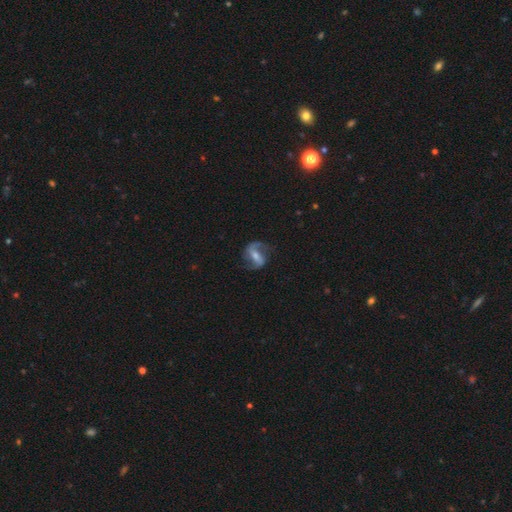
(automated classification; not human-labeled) Smooth or featured: featured or disk — 84% (smooth — 9%)
Edge-on disk: no — 96% (yes — 4%)
Bar: strong — 52% (weak — 34%)
Spiral arms: yes — 94% (no — 6%)
Spiral winding: medium — 45% (loose — 40%)
Spiral arm count: 2 — 89% (1 — 4%)
Bulge size: moderate — 49% (small — 42%)
Merging: none — 75% (minor disturbance — 15%)